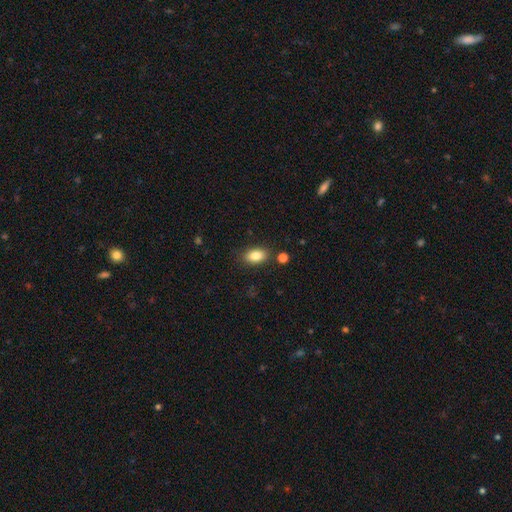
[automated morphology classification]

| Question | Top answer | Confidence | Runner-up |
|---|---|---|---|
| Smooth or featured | smooth | 84% | star or artifact (8%) |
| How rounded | in between | 89% | round (8%) |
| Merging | none | 84% | minor disturbance (10%) |